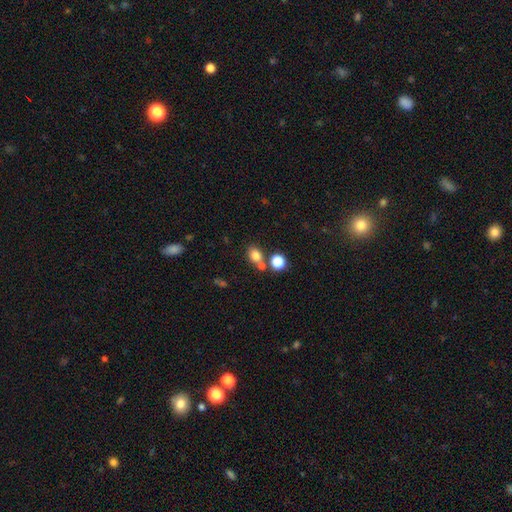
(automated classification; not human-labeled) This is likely a smooth galaxy (78%). How rounded: possibly in between (50%). Merging: likely none (60%).